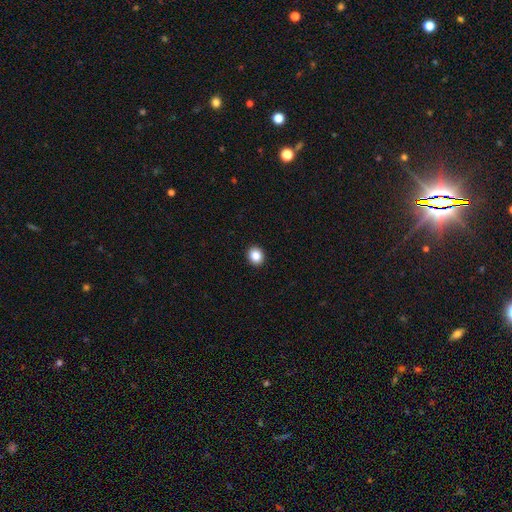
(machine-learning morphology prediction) smooth-or-featured: smooth: 86% | star or artifact: 10% | featured or disk: 5%
  how-rounded: round: 71% | in between: 28% | cigar-shaped: 1%
  merging: none: 93% | minor disturbance: 5% | major disturbance: 1% | merger: 1%